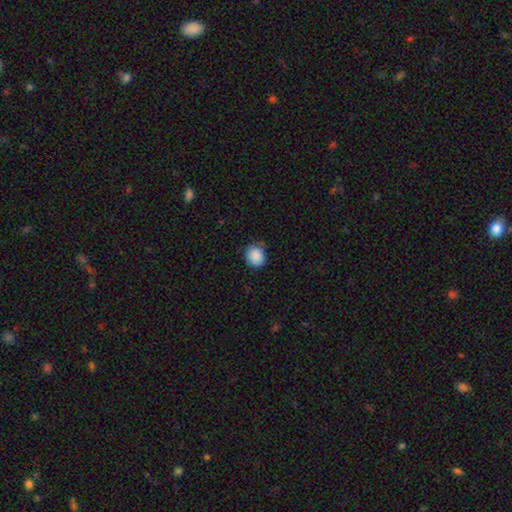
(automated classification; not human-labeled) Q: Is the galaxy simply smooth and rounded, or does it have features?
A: smooth — 89%.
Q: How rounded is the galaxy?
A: round — 77%.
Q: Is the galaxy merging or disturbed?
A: none — 78%.